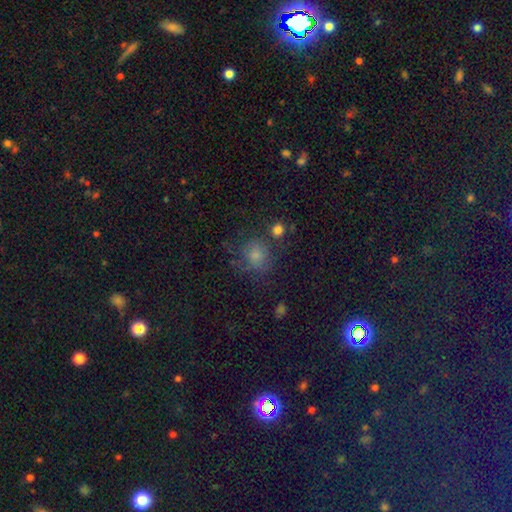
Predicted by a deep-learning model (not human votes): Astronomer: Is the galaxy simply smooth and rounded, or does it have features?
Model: smooth — 73%.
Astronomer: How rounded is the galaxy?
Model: round — 81%.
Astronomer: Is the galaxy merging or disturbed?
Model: none — 61%.